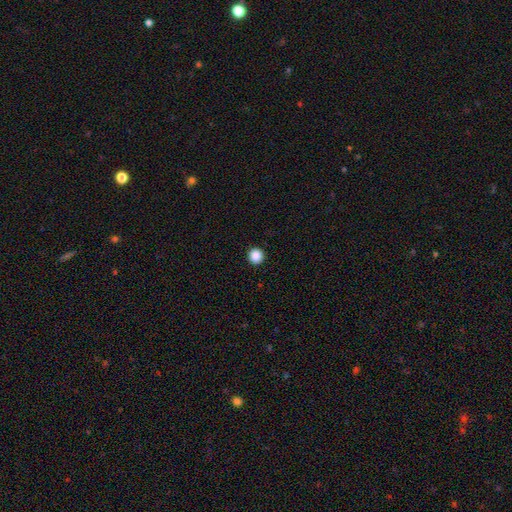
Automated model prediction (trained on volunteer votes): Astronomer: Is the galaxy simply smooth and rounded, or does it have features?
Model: smooth — 88%.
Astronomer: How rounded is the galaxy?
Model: round — 96%.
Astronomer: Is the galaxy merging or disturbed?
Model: none — 94%.